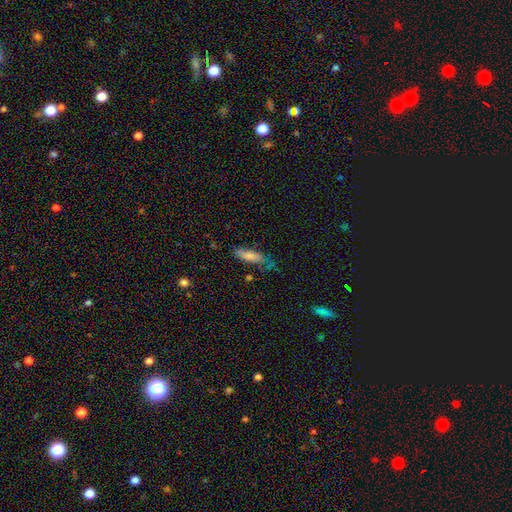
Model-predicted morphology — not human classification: Q: Smooth or featured?
A: smooth (65%); runner-up: featured or disk (27%)
Q: How rounded?
A: cigar-shaped (57%); runner-up: in between (41%)
Q: Merging?
A: none (56%); runner-up: minor disturbance (28%)